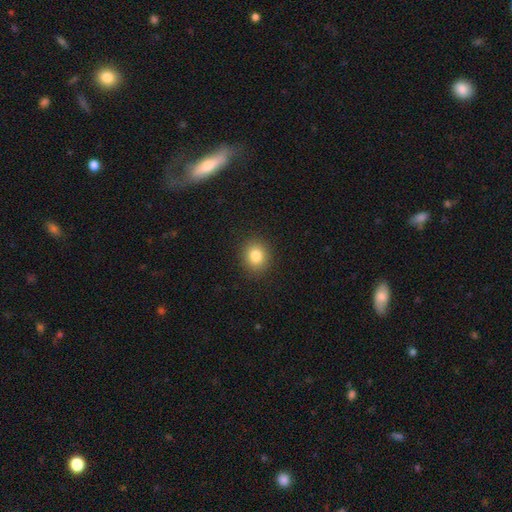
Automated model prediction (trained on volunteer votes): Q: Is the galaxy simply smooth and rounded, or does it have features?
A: smooth — 83%.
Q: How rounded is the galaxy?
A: round — 79%.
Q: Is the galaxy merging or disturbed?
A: none — 90%.